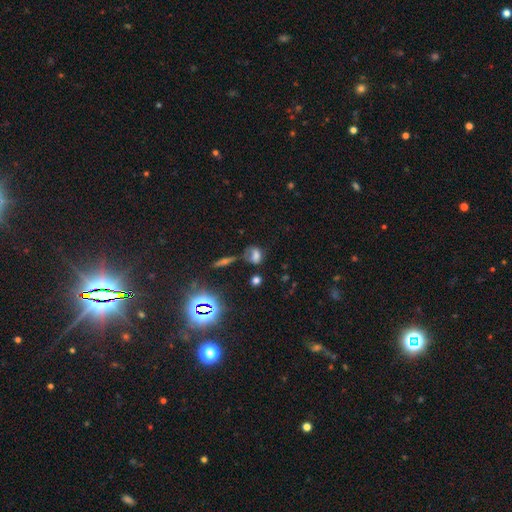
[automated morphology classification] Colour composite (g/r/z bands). It shows a smooth galaxy with no disk features (55%) that is in between round and cigar-shaped (68%). Merging: none (43%).